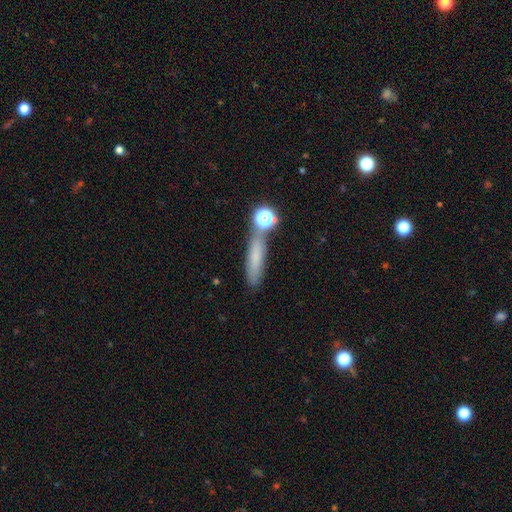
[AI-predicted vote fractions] Smooth or featured? Predicted: smooth (p=0.68). How rounded? Predicted: cigar-shaped (p=0.74). Merging? Predicted: none (p=0.68).